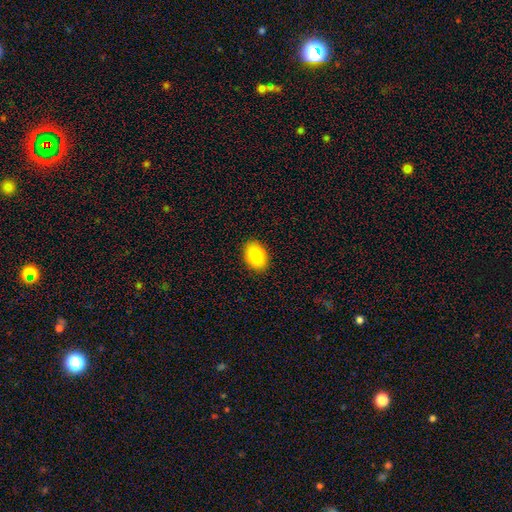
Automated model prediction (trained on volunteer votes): Smooth or featured: smooth — 86% (star or artifact — 7%)
How rounded: in between — 82% (round — 17%)
Merging: none — 90% (minor disturbance — 8%)